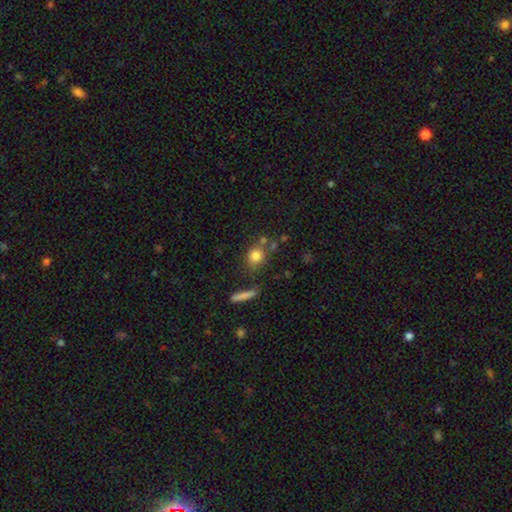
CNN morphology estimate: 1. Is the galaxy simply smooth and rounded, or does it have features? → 79% smooth, 11% star or artifact, 10% featured or disk.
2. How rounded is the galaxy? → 69% round, 27% in between, 4% cigar-shaped.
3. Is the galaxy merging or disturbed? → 65% none, 14% minor disturbance, 14% merger, 6% major disturbance.